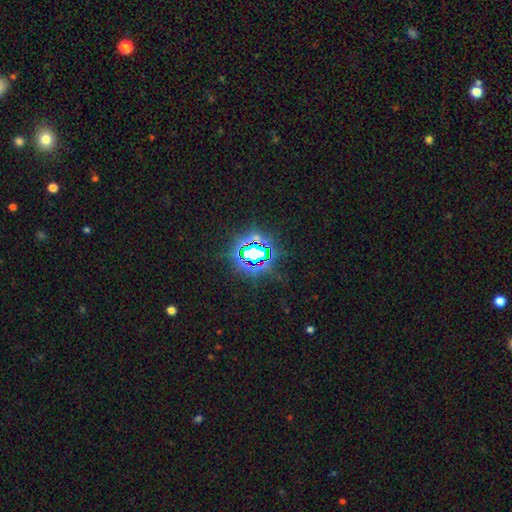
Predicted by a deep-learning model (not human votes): This is likely a star or artifact rather than a galaxy (78%).